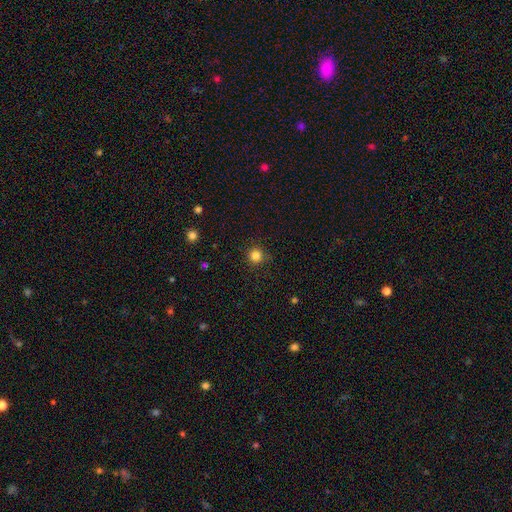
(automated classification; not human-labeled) Smooth or featured? Predicted: smooth (p=0.83). How rounded? Predicted: round (p=0.95). Merging? Predicted: none (p=0.88).